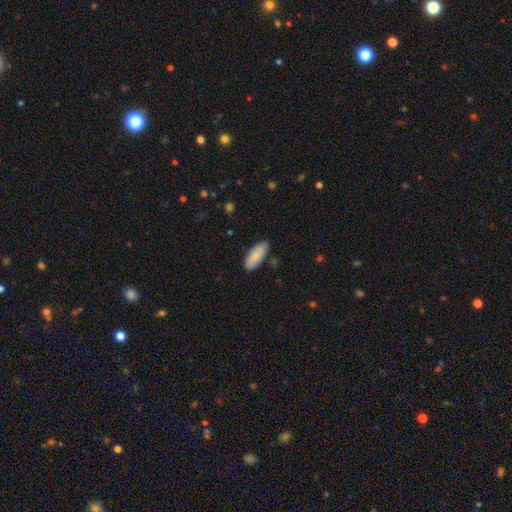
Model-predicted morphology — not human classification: Overall: smooth (86%). How rounded: in between (83%). Merging: none (83%).